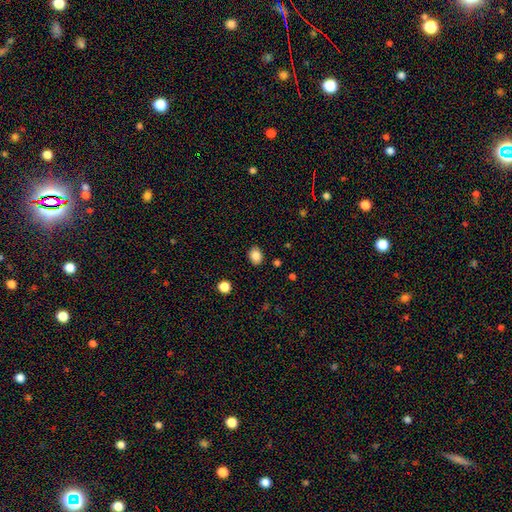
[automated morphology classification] A smooth galaxy with no disk features (86%) that is in between round and cigar-shaped (61%).

Vote fractions:
- Smooth or featured? smooth: 86% / star or artifact: 9% / featured or disk: 5%
- How rounded? in between: 61% / round: 38% / cigar-shaped: 1%
- Merging? none: 86% / minor disturbance: 10% / major disturbance: 2% / merger: 2%